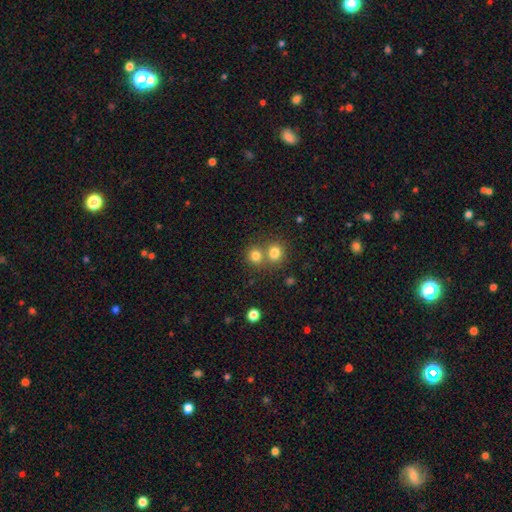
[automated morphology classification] Smooth or featured? Predicted: smooth (p=0.79). How rounded? Predicted: round (p=0.85). Merging? Predicted: none (p=0.51).